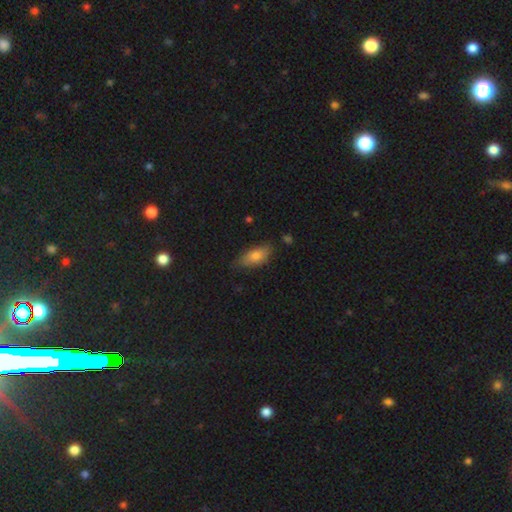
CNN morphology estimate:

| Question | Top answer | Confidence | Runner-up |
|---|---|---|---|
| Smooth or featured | smooth | 77% | featured or disk (16%) |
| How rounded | in between | 82% | cigar-shaped (15%) |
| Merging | none | 73% | minor disturbance (22%) |